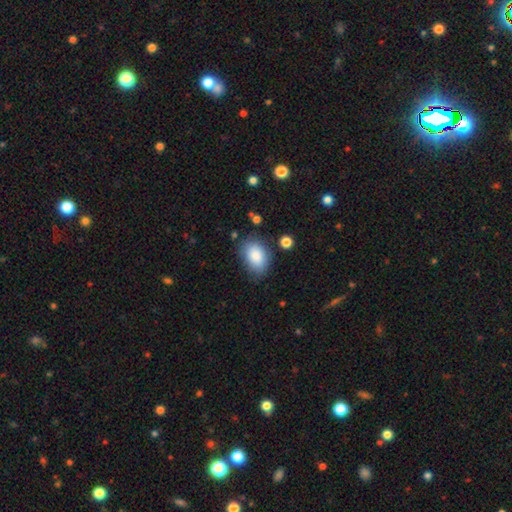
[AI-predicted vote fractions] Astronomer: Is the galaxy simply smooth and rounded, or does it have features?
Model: smooth — 87%.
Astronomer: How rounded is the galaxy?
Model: in between — 86%.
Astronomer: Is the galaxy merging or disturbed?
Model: none — 76%.